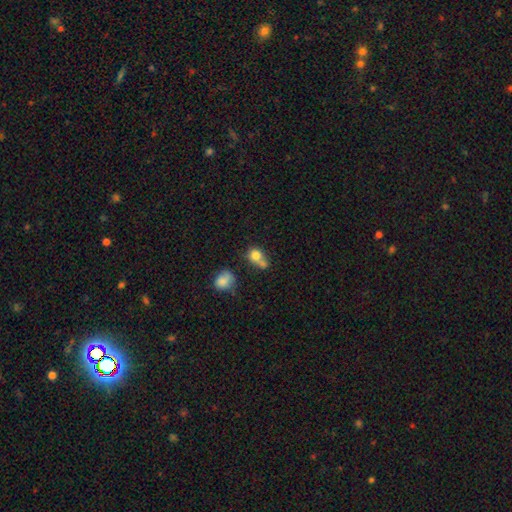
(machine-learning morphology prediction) Smooth or featured?
  - smooth: 77% *
  - featured or disk: 13%
  - star or artifact: 10%
How rounded?
  - round: 64% *
  - in between: 35%
  - cigar-shaped: 2%
Merging?
  - merger: 44% *
  - none: 32%
  - minor disturbance: 16%
  - major disturbance: 9%